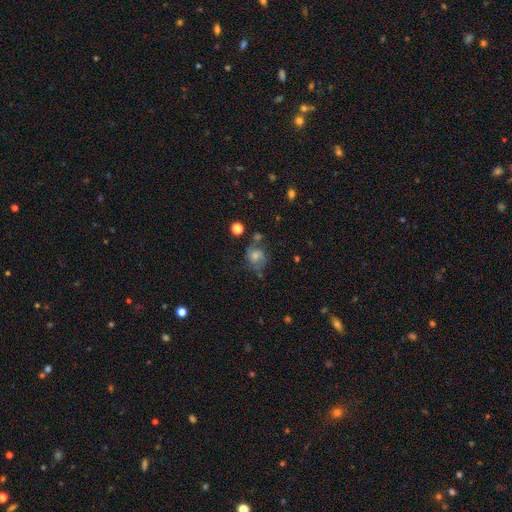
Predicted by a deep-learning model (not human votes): Overall: smooth (50%; featured or disk 36%). How rounded: round (64%; in between 35%). Merging: none (50%; minor disturbance 26%).